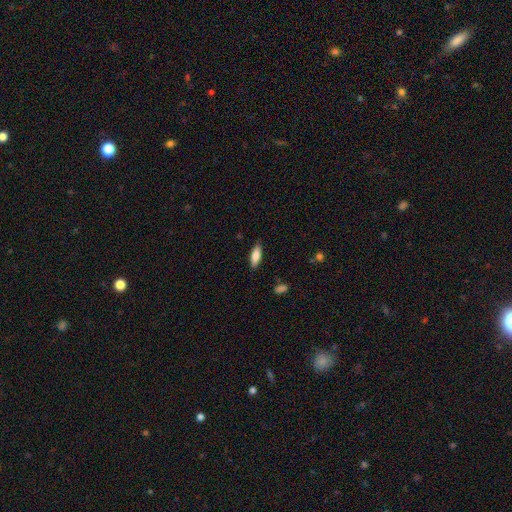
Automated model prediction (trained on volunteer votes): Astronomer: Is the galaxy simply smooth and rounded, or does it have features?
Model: smooth — 81%.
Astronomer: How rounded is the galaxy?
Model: in between — 64%.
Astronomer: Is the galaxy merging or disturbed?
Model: none — 85%.